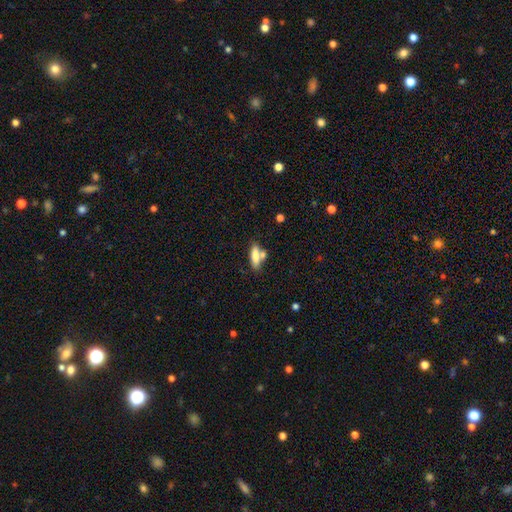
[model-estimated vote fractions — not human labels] Overall: smooth (77%). How rounded: cigar-shaped (49%; in between 48%). Merging: none (54%; merger 29%).